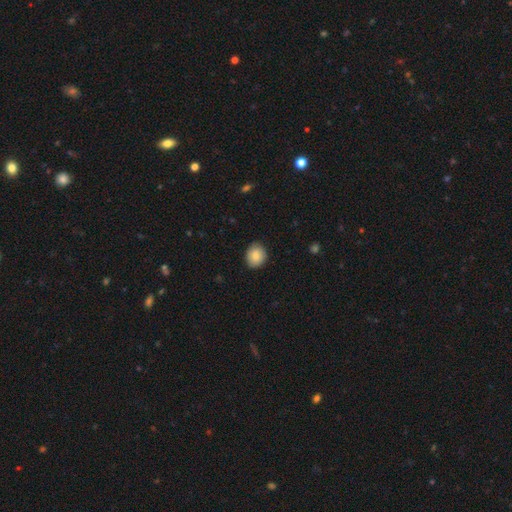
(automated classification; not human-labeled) This appears to be a smooth galaxy with no disk features (84%) that is round (63%). Merging: none (84%).